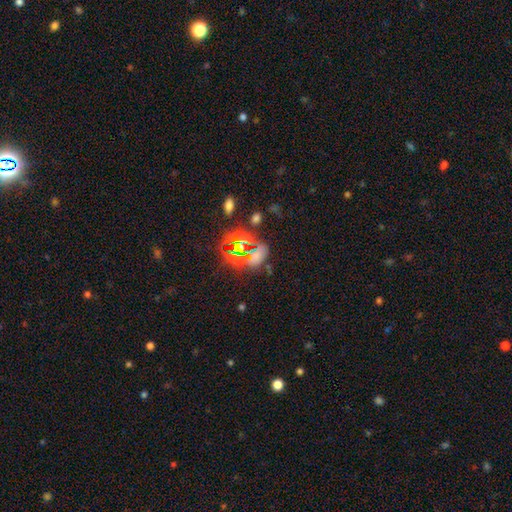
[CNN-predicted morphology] This appears to be a star or artifact, not a galaxy (56%).